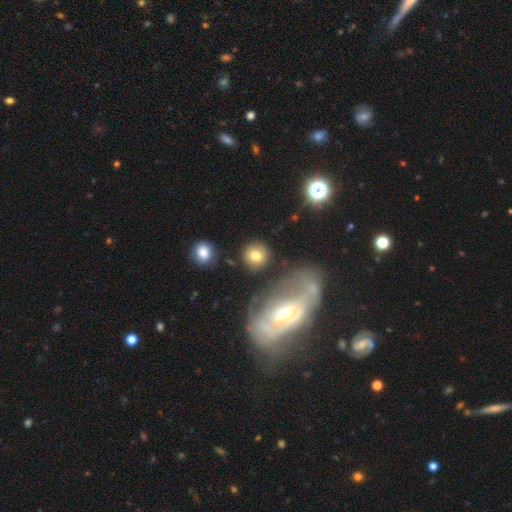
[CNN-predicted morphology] Smooth or featured?
  - smooth: 76% *
  - featured or disk: 15%
  - star or artifact: 9%
How rounded?
  - round: 86% *
  - in between: 13%
  - cigar-shaped: 1%
Merging?
  - none: 80% *
  - minor disturbance: 9%
  - merger: 6%
  - major disturbance: 4%